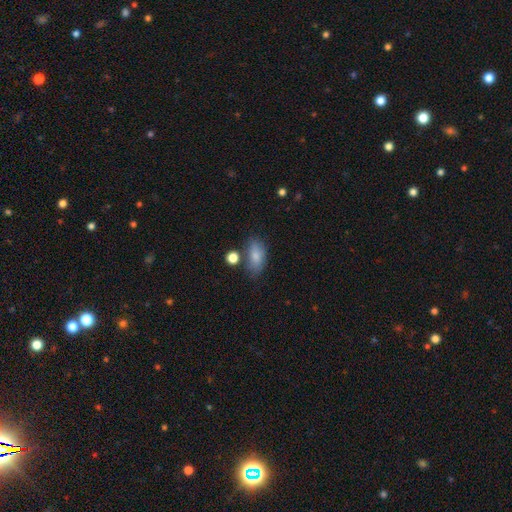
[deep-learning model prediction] This is clearly a smooth galaxy (82%). How rounded: clearly in between (89%). Merging: likely none (62%).